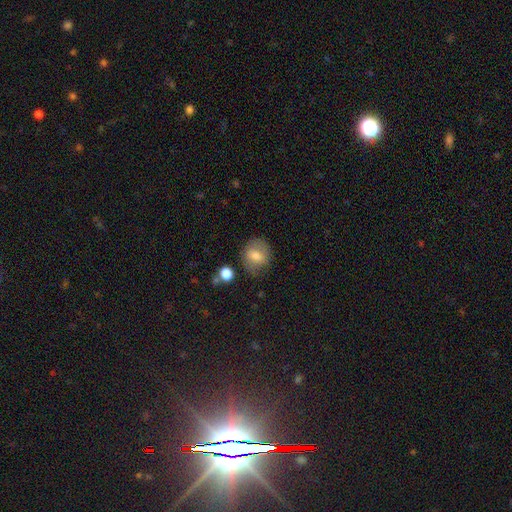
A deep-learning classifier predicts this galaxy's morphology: Smooth or featured?
  - smooth: 70% *
  - featured or disk: 21%
  - star or artifact: 9%
How rounded?
  - round: 63% *
  - in between: 35%
  - cigar-shaped: 1%
Merging?
  - none: 71% *
  - minor disturbance: 19%
  - major disturbance: 7%
  - merger: 3%